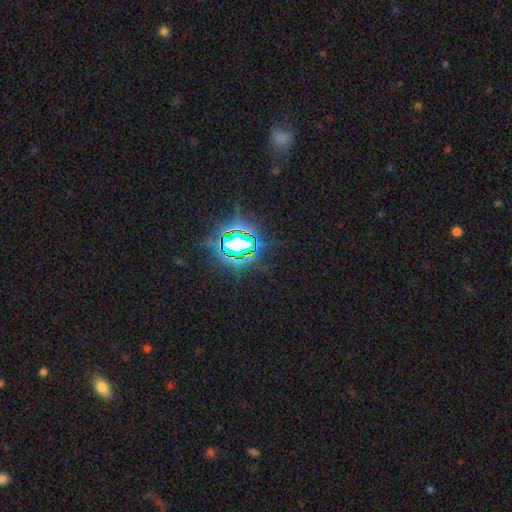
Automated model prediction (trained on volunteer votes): smooth-or-featured: star or artifact: 81% | smooth: 12% | featured or disk: 7%